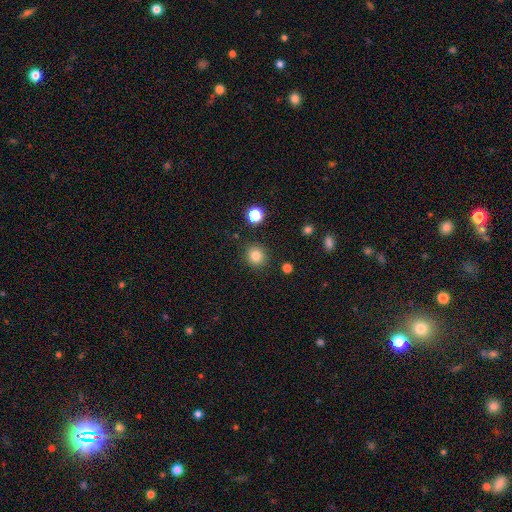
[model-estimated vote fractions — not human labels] This is clearly a smooth galaxy (82%). How rounded: clearly round (88%). Merging: clearly none (88%).